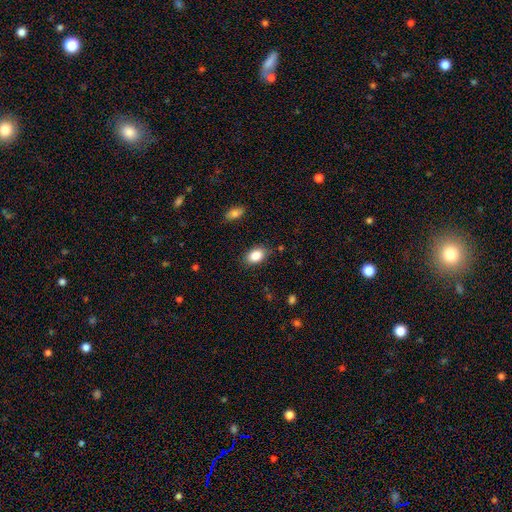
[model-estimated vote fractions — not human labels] This is clearly a smooth galaxy (86%). How rounded: clearly in between (85%). Merging: clearly none (84%).